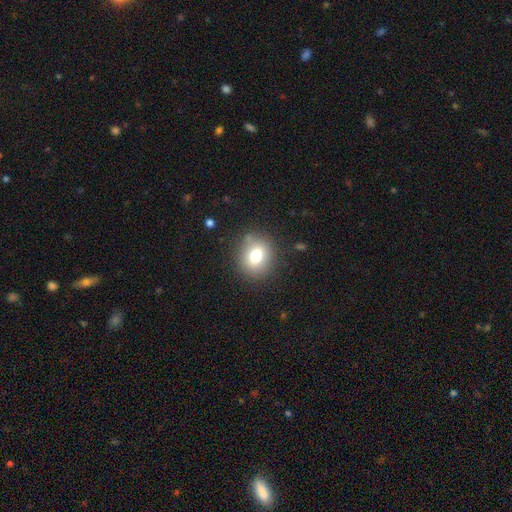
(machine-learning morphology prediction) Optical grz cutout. It shows a smooth galaxy with no disk features (74%) that is round (76%). Merging: none (85%).